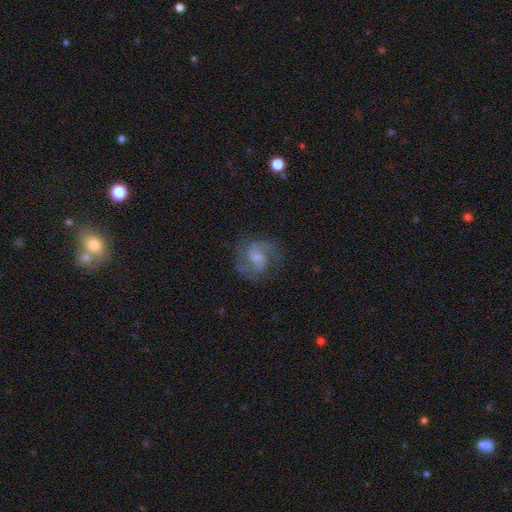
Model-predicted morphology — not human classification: Smooth or featured? featured or disk (87%)
Edge-on disk? no (98%)
Bar? weak (52%)
Spiral arms? yes (97%)
Spiral winding? medium (59%)
Spiral arm count? 2 (90%)
Bulge size? small (51%)
Merging? none (79%)